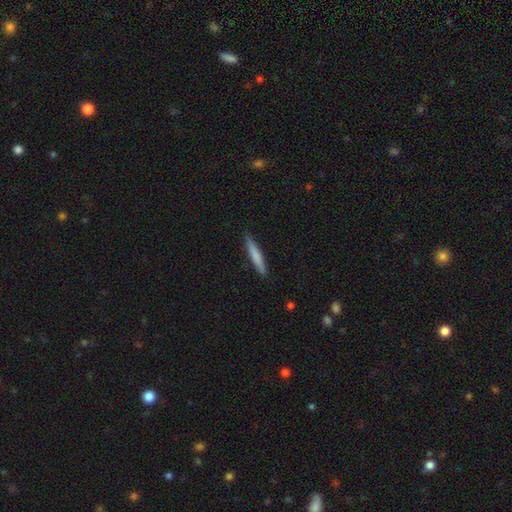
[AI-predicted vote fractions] Morphology: type=smooth (74%); roundness=cigar-shaped (94%); merging=none (90%).